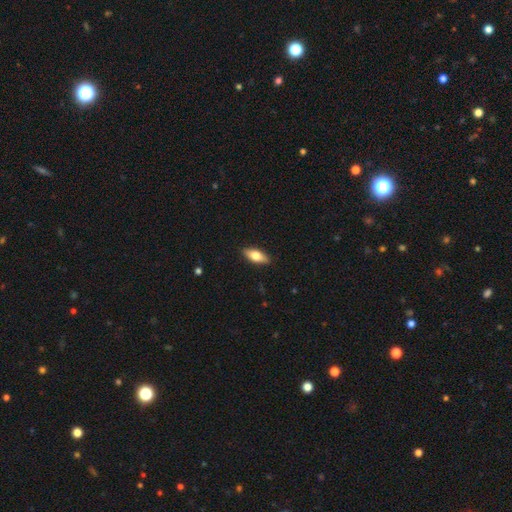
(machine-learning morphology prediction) A smooth galaxy with no disk features (67%) that is in between round and cigar-shaped (76%). Merging: none (89%).